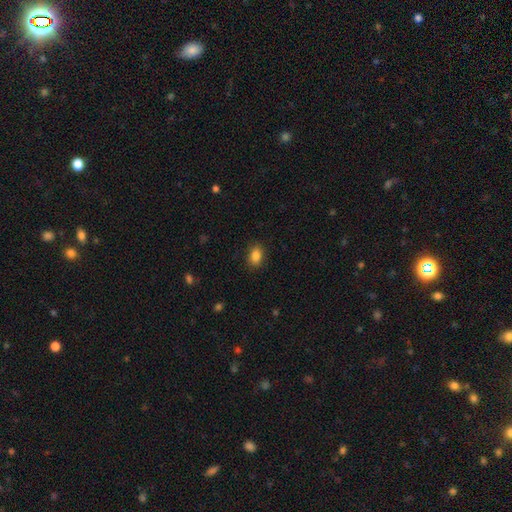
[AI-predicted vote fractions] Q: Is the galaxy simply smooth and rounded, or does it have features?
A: smooth — 87%.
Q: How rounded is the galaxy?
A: in between — 82%.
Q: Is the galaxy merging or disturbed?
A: none — 88%.